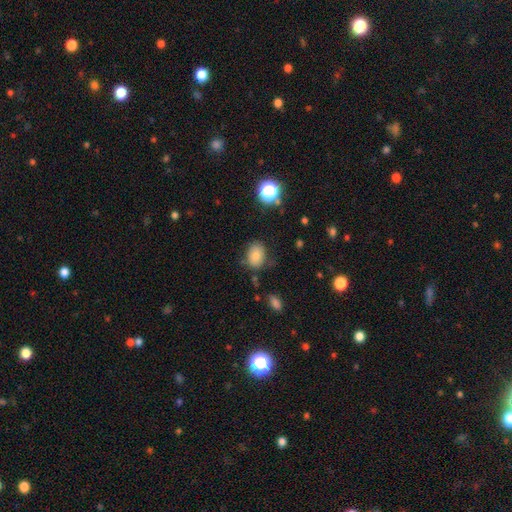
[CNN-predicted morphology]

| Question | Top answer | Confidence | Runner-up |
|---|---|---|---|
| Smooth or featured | smooth | 79% | star or artifact (11%) |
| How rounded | in between | 70% | round (29%) |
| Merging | none | 71% | minor disturbance (19%) |